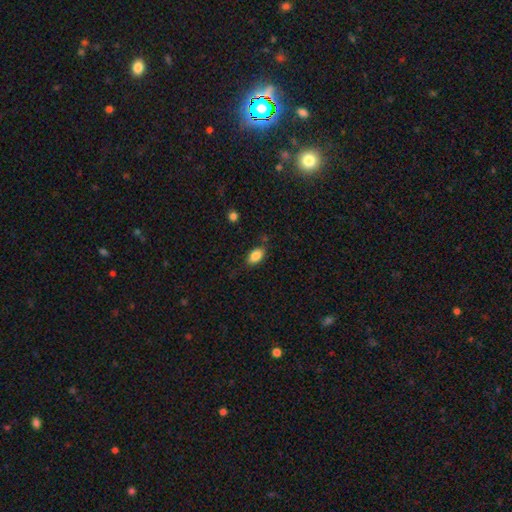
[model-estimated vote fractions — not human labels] This is clearly a smooth galaxy (86%). How rounded: clearly in between (91%). Merging: likely none (78%).